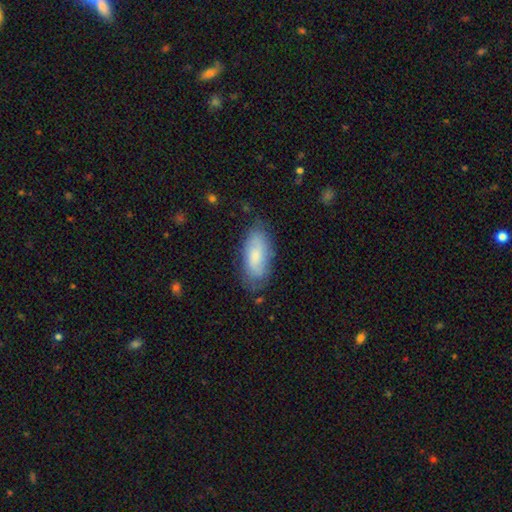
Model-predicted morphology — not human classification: smooth 65%, featured or disk 28%, star or artifact 7%. Down the decision tree: how rounded — in between (87%); merging — none (73%).